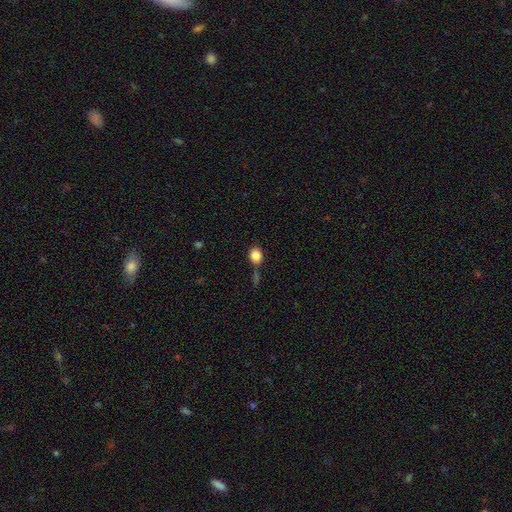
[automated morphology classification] Smooth or featured? Predicted: smooth (p=0.86). How rounded? Predicted: in between (p=0.51). Merging? Predicted: none (p=0.58).